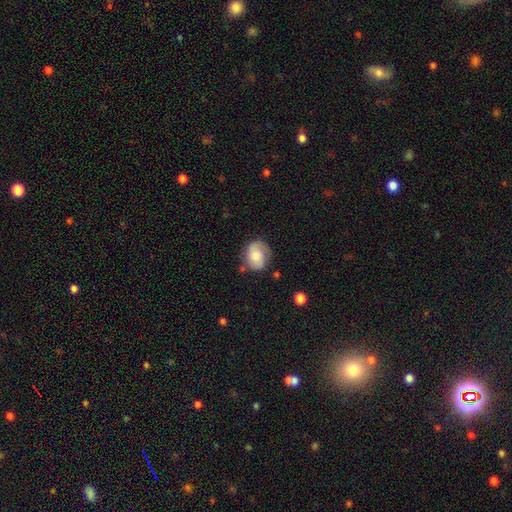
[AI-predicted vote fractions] A smooth galaxy with no disk features (49%).

Vote fractions:
- Smooth or featured? smooth: 49% / featured or disk: 43% / star or artifact: 8%
- Merging? none: 67% / minor disturbance: 22% / major disturbance: 7% / merger: 3%